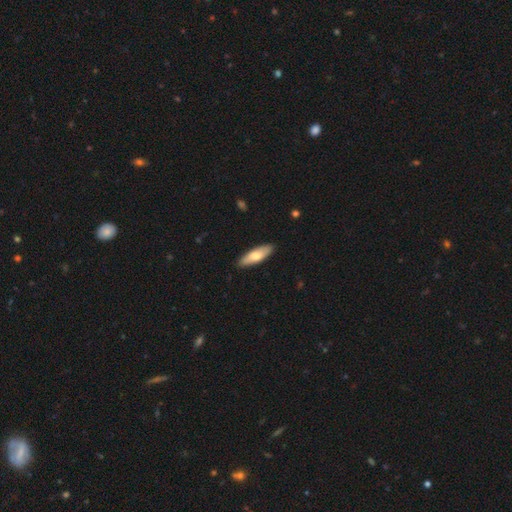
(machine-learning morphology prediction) This is likely a smooth galaxy (69%). How rounded: possibly in between (50%). Merging: clearly none (90%).